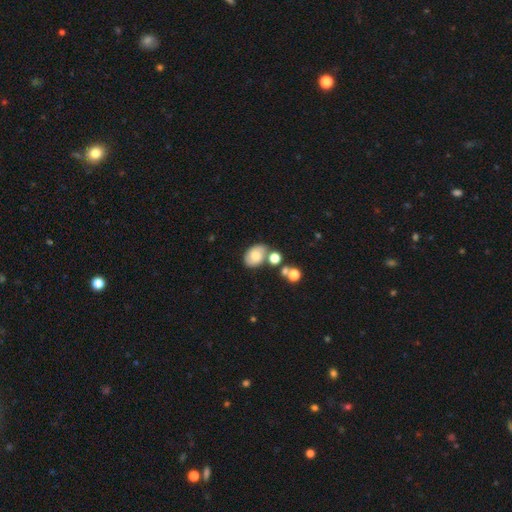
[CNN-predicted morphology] smooth 59%, featured or disk 30%, star or artifact 11%. Down the decision tree: how rounded — in between (74%); merging — none (57%).